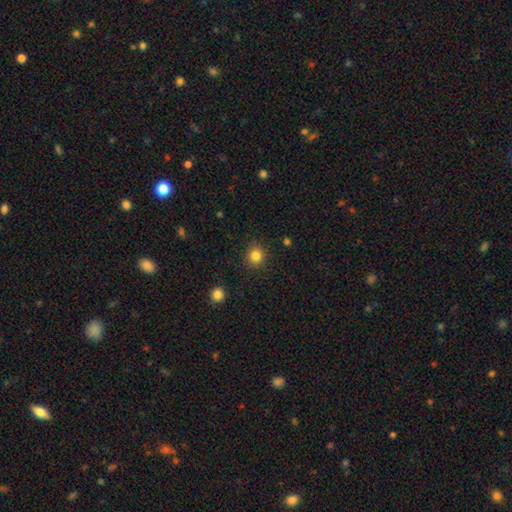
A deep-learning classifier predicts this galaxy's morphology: smooth-or-featured: smooth: 83% | star or artifact: 12% | featured or disk: 5%
  how-rounded: round: 92% | in between: 7% | cigar-shaped: 1%
  merging: none: 90% | minor disturbance: 6% | major disturbance: 2% | merger: 1%